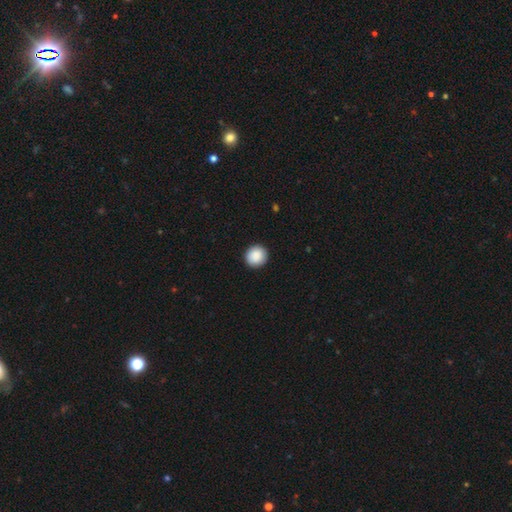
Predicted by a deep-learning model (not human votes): A smooth galaxy with no disk features (90%) that is round (91%). Merging: none (92%).